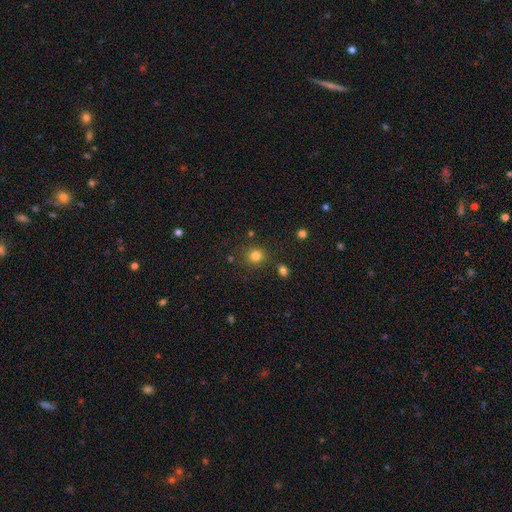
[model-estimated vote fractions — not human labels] The model was most divided on "smooth or featured": smooth: 81%, star or artifact: 14%, featured or disk: 5%. More confident: how rounded — round (89%); merging — none (82%).